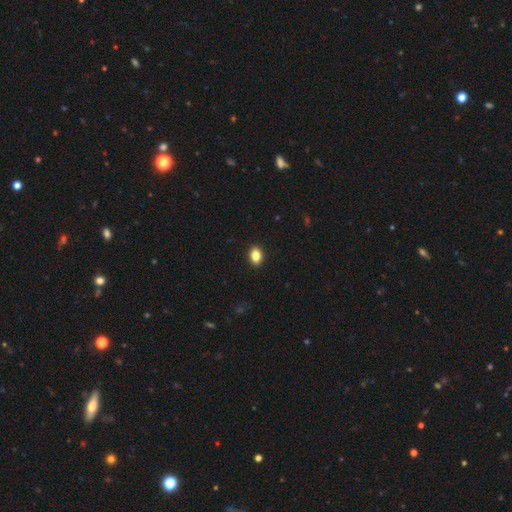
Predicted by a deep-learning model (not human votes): Q: Smooth or featured?
A: smooth (85%); runner-up: star or artifact (9%)
Q: How rounded?
A: in between (73%); runner-up: round (25%)
Q: Merging?
A: none (91%); runner-up: minor disturbance (6%)